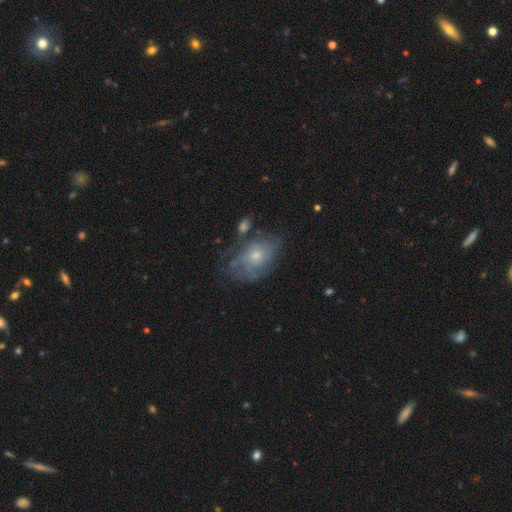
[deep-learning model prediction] The model was most divided on "bulge size": small: 55%, moderate: 39%, large: 3%, none: 2%, dominant: 1%. More confident: edge-on disk — no (96%); bar — no (85%); spiral arms — yes (61%); smooth or featured — featured or disk (54%); merging — none (53%).